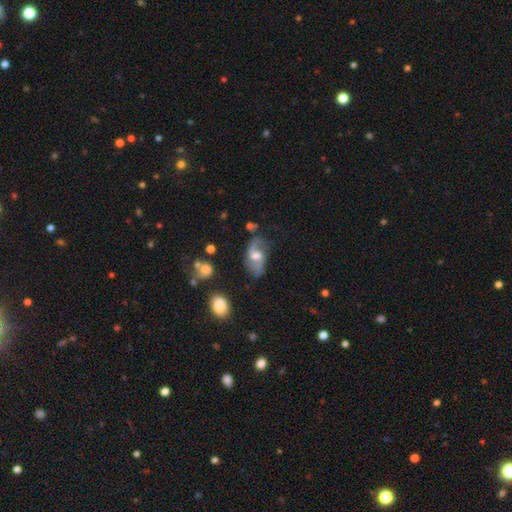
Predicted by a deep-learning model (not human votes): Smooth or featured? featured or disk (71%)
Edge-on disk? no (95%)
Bar? weak (48%)
Spiral arms? yes (89%)
Spiral winding? loose (58%)
Spiral arm count? 2 (87%)
Bulge size? moderate (65%)
Merging? none (64%)